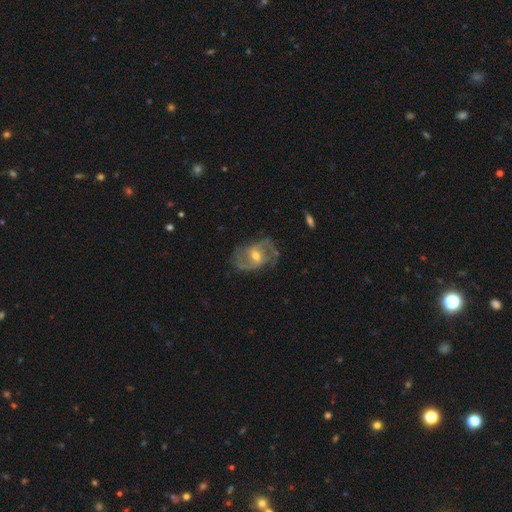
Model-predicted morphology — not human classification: smooth_or_featured: featured or disk (p=0.86) [alt: smooth p=0.09]
disk_edge_on: no (p=0.97) [alt: yes p=0.03]
bar: weak (p=0.50) [alt: no p=0.28]
has_spiral_arms: yes (p=0.93) [alt: no p=0.07]
spiral_winding: medium (p=0.53) [alt: loose p=0.29]
spiral_arm_count: 2 (p=0.83) [alt: can't tell p=0.07]
bulge_size: moderate (p=0.61) [alt: small p=0.34]
merging: none (p=0.71) [alt: minor disturbance p=0.18]